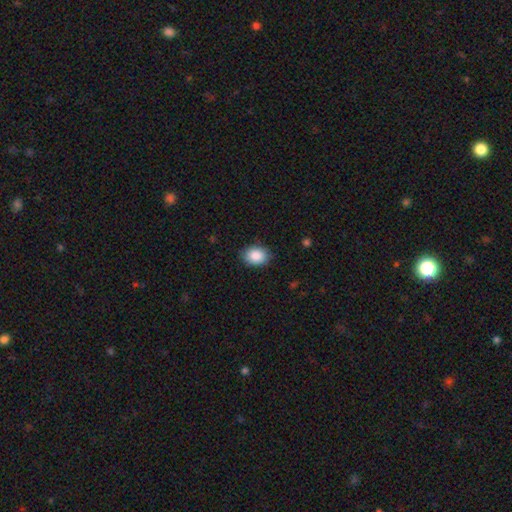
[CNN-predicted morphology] A smooth galaxy with no disk features (88%) that is in between round and cigar-shaped (67%).

Vote fractions:
- Smooth or featured? smooth: 88% / star or artifact: 7% / featured or disk: 4%
- How rounded? in between: 67% / round: 33% / cigar-shaped: 1%
- Merging? none: 87% / minor disturbance: 10% / major disturbance: 2% / merger: 1%